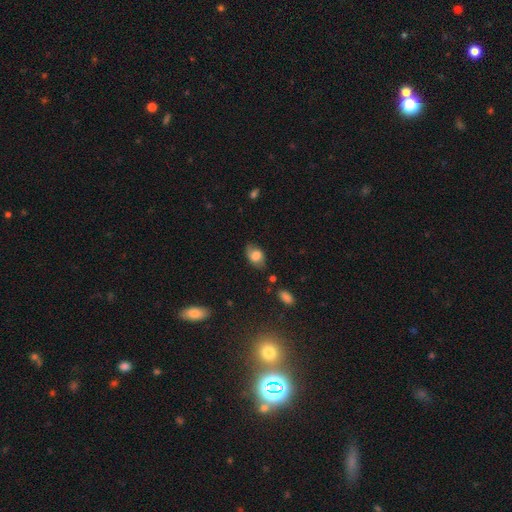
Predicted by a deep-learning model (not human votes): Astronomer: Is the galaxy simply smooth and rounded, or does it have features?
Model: smooth — 68%.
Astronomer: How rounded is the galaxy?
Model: in between — 85%.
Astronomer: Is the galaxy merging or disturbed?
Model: none — 68%.